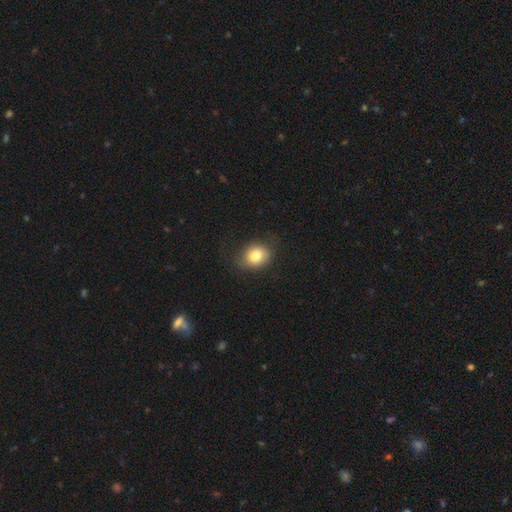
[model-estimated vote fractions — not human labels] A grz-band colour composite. It shows a smooth galaxy with no disk features (79%) that is round (59%). Merging: none (72%).